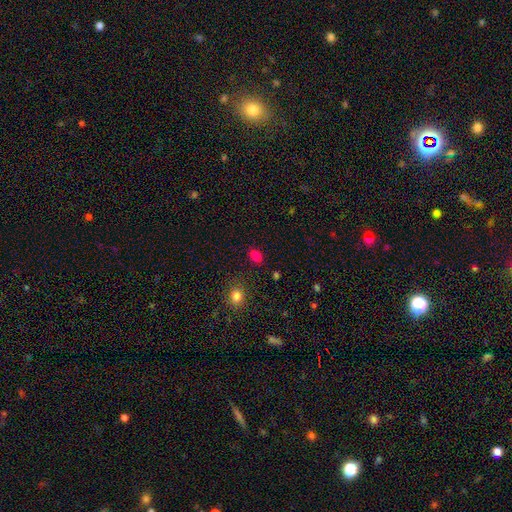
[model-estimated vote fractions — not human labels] smooth-or-featured: smooth: 80% | star or artifact: 16% | featured or disk: 3%
  how-rounded: in between: 67% | round: 31% | cigar-shaped: 1%
  merging: none: 85% | minor disturbance: 10% | major disturbance: 3% | merger: 2%